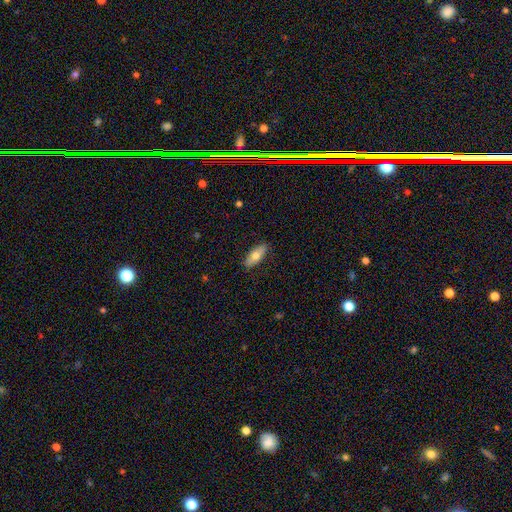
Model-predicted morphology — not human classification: Overall: smooth (67%). How rounded: in between (67%; cigar-shaped 30%). Merging: none (87%).